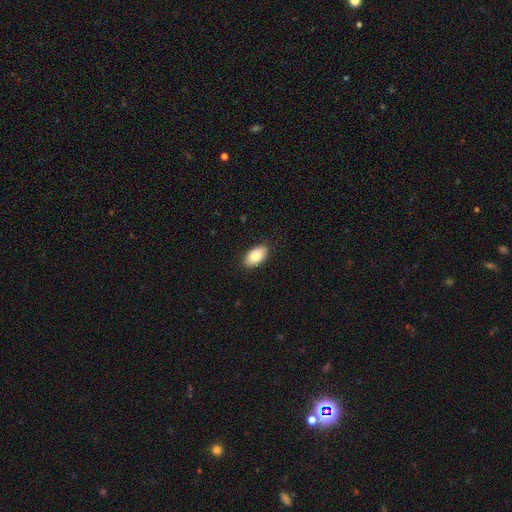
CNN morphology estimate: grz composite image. It shows a smooth galaxy with no disk features (83%) that is in between round and cigar-shaped (94%). Merging: none (89%).